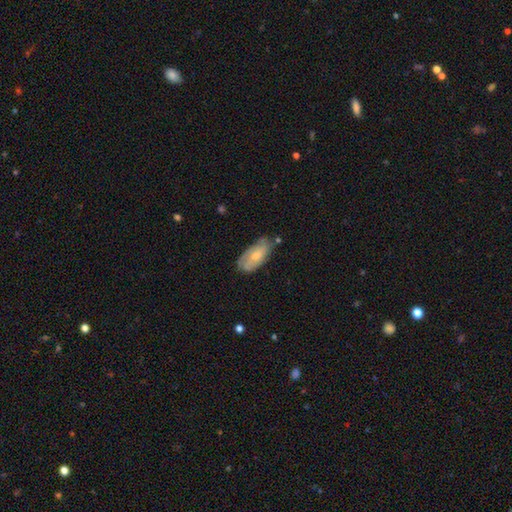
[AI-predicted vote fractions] A smooth galaxy with no disk features (52%) that is in between round and cigar-shaped (89%). Merging: none (61%).